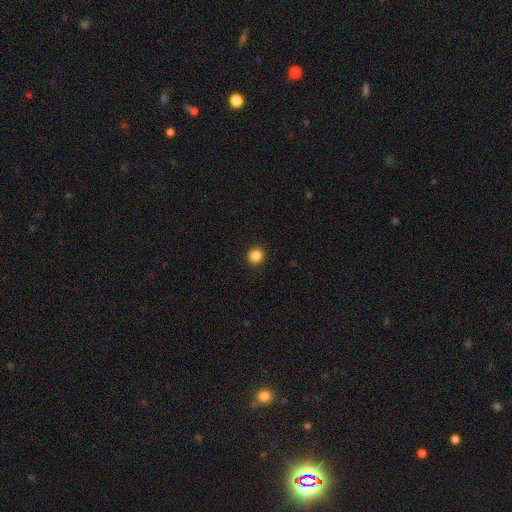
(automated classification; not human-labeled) Smooth or featured? Predicted: smooth (p=0.86). How rounded? Predicted: round (p=0.91). Merging? Predicted: none (p=0.93).